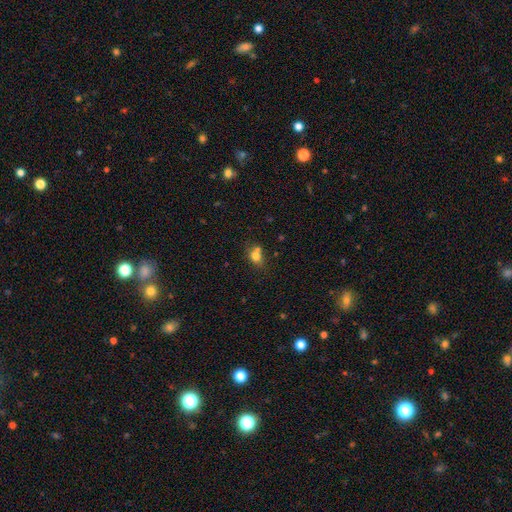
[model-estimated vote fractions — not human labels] Smooth or featured? Predicted: smooth (p=0.74). How rounded? Predicted: round (p=0.52). Merging? Predicted: none (p=0.44).